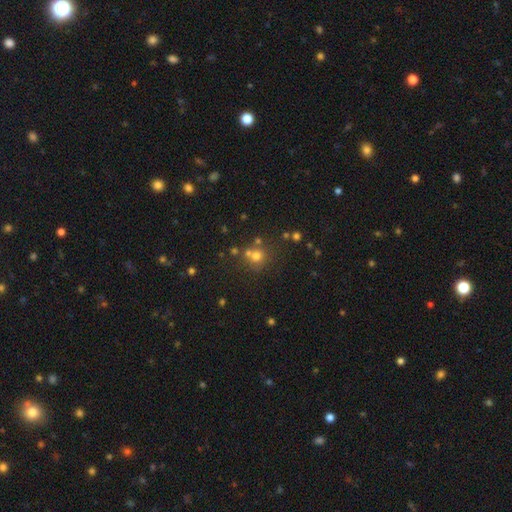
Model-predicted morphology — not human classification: smooth-or-featured: smooth: 67% | star or artifact: 22% | featured or disk: 12%
  how-rounded: round: 87% | in between: 13% | cigar-shaped: 1%
  merging: none: 59% | merger: 26% | minor disturbance: 10% | major disturbance: 5%